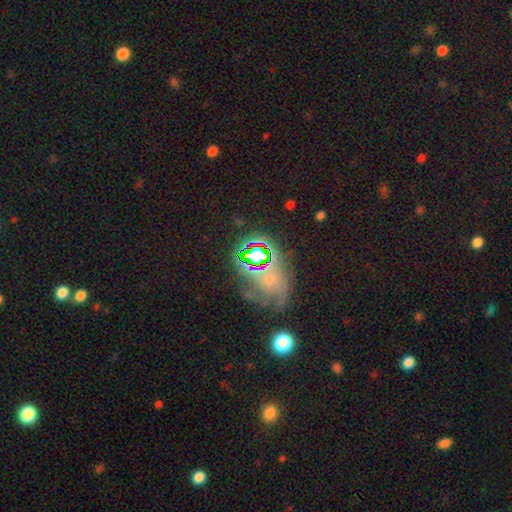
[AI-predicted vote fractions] The model was most divided on "smooth or featured": star or artifact: 57%, smooth: 23%, featured or disk: 20%.